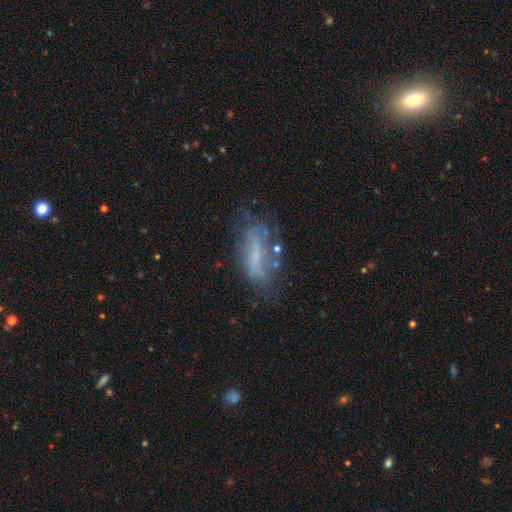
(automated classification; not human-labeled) smooth-or-featured: featured or disk: 47% | smooth: 42% | star or artifact: 11%
  merging: none: 51% | minor disturbance: 27% | major disturbance: 16% | merger: 6%